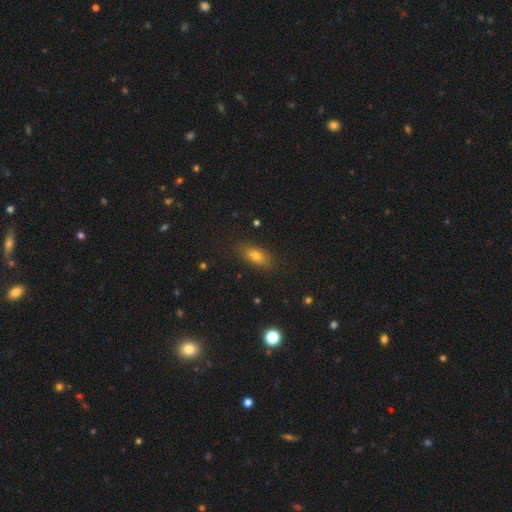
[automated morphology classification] A smooth galaxy with no disk features (75%) that is in between round and cigar-shaped (77%). Merging: none (85%).